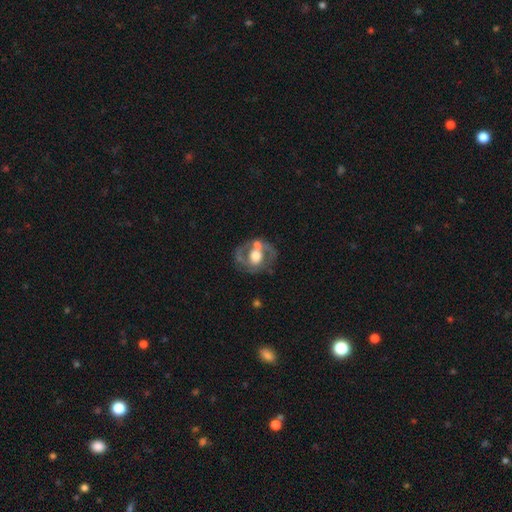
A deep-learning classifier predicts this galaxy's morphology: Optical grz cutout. It shows a featured or disk galaxy (66%) with no bar (64%), no spiral arms (58%) and a moderate central bulge (54%). Merging: none (52%).